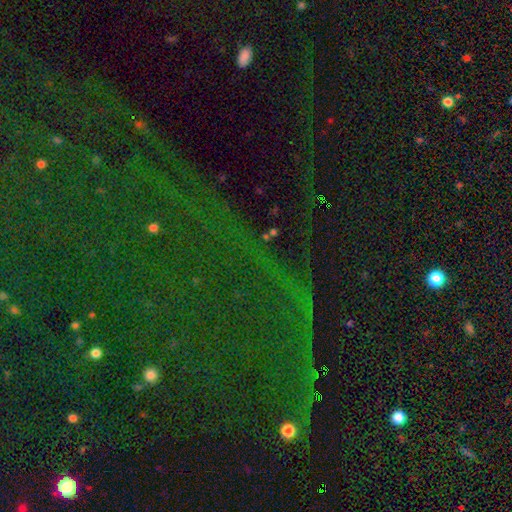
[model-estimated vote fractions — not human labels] Morphology: type=star or artifact (82%).